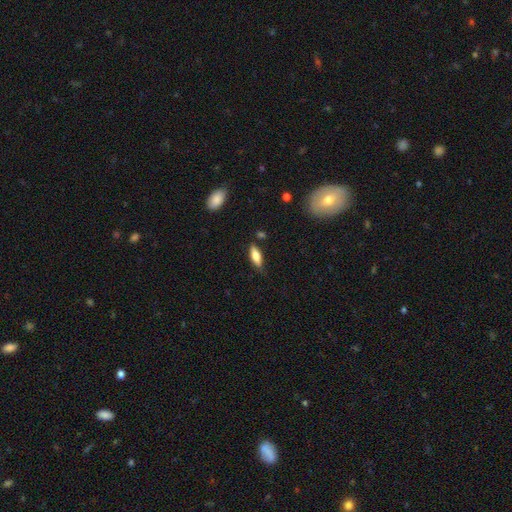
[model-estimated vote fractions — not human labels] The model was most divided on "how rounded": in between: 62%, cigar-shaped: 36%, round: 2%. More confident: merging — none (78%); smooth or featured — smooth (73%).